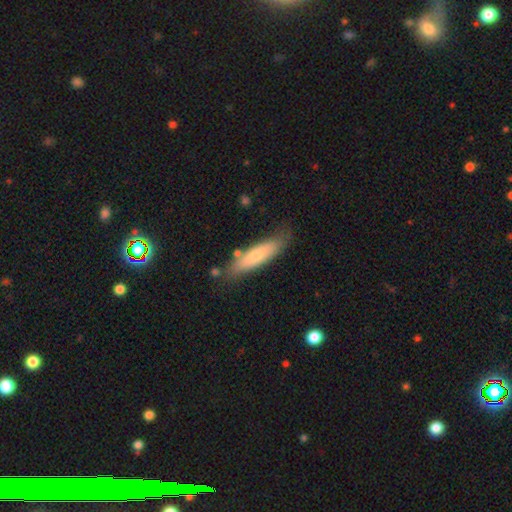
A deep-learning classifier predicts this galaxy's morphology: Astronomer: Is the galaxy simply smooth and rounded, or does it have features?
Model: smooth — 69%.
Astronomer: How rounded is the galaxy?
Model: cigar-shaped — 69%.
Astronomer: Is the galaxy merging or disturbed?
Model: none — 73%.